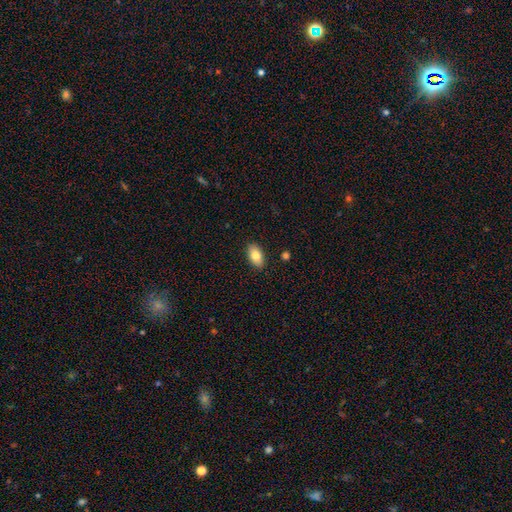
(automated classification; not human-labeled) Smooth or featured: smooth — 81% (featured or disk — 12%)
How rounded: in between — 93% (round — 5%)
Merging: none — 89% (minor disturbance — 8%)